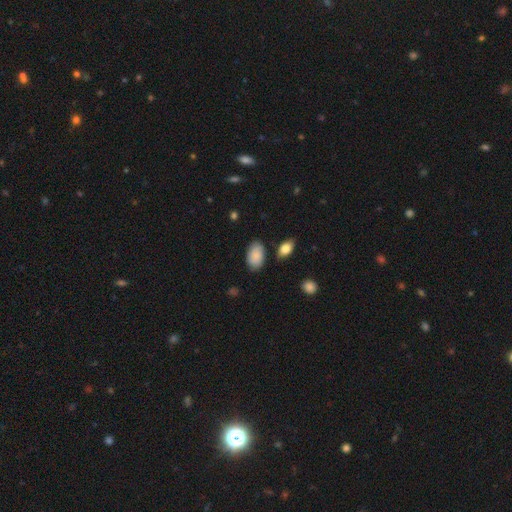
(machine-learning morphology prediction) type=smooth (85%); roundness=in between (93%); merging=none (79%).